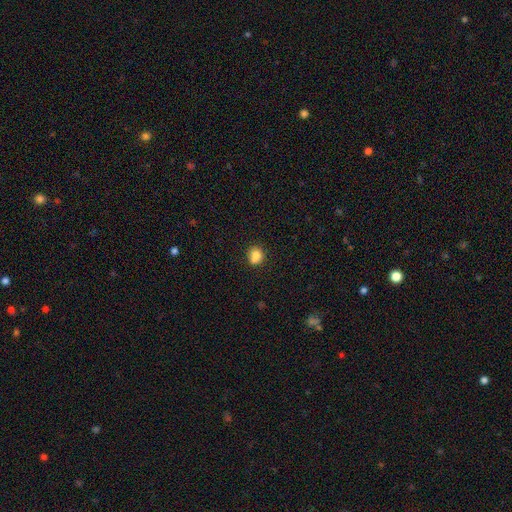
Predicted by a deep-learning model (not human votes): Smooth or featured? Predicted: smooth (p=0.82). How rounded? Predicted: round (p=0.73). Merging? Predicted: none (p=0.69).